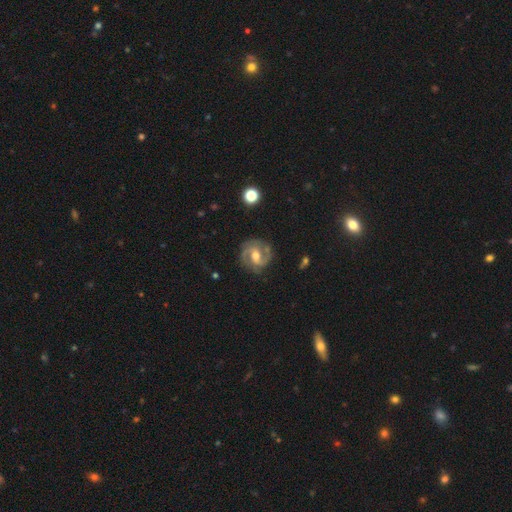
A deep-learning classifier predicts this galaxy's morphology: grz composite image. It shows a featured or disk galaxy (87%) with a weak bar (50%), 2 (81%) medium (53%) spiral arms (96%) and a moderate central bulge (70%). Merging: none (78%).